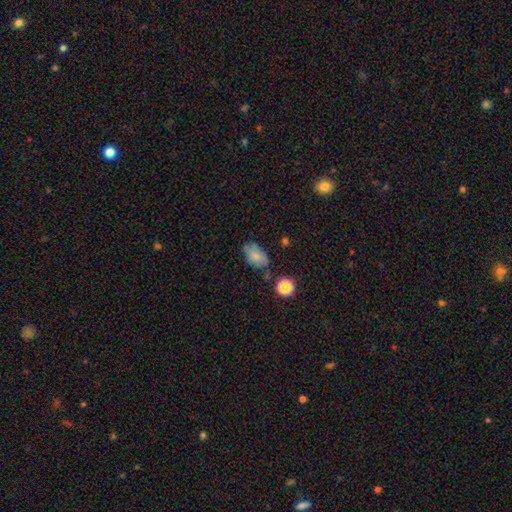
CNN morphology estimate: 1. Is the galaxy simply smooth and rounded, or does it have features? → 77% smooth, 14% featured or disk, 10% star or artifact.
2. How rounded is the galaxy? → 88% in between, 10% round, 2% cigar-shaped.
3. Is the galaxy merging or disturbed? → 62% none, 26% minor disturbance, 7% major disturbance, 5% merger.